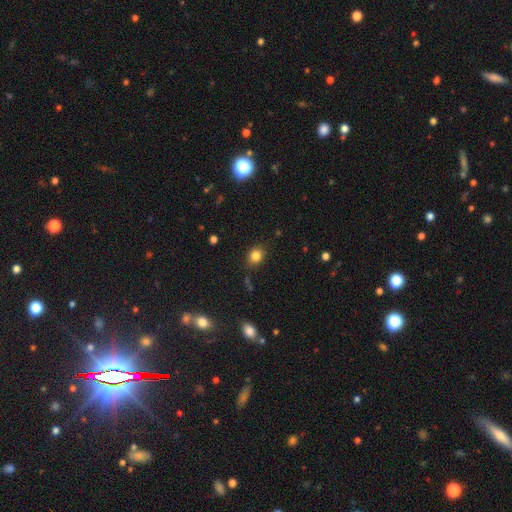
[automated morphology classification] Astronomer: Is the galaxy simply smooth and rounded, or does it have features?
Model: smooth — 83%.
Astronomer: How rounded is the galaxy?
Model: round — 54% (runner-up: in between, 45%).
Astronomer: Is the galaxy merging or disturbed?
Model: none — 83%.